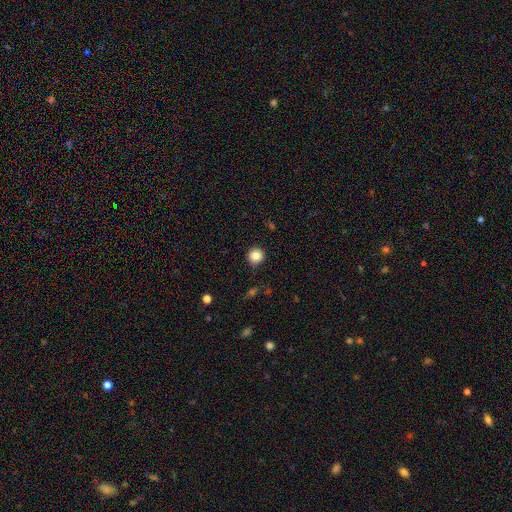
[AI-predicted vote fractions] The model was most divided on "smooth or featured": smooth: 85%, star or artifact: 10%, featured or disk: 5%. More confident: how rounded — round (95%); merging — none (91%).